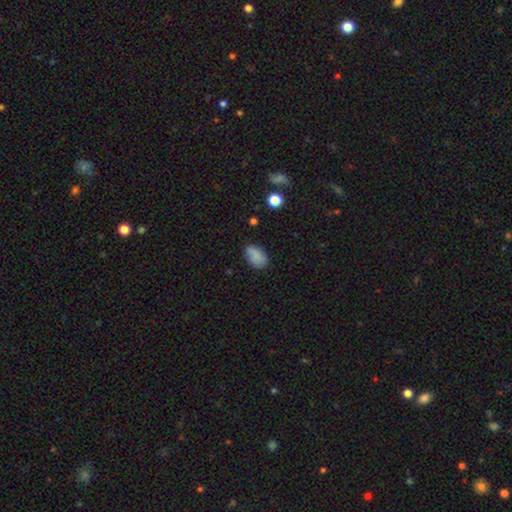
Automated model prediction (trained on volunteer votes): A smooth galaxy with no disk features (84%) that is in between round and cigar-shaped (88%).

Vote fractions:
- Smooth or featured? smooth: 84% / star or artifact: 9% / featured or disk: 7%
- How rounded? in between: 88% / round: 11% / cigar-shaped: 1%
- Merging? none: 76% / minor disturbance: 18% / major disturbance: 4% / merger: 2%